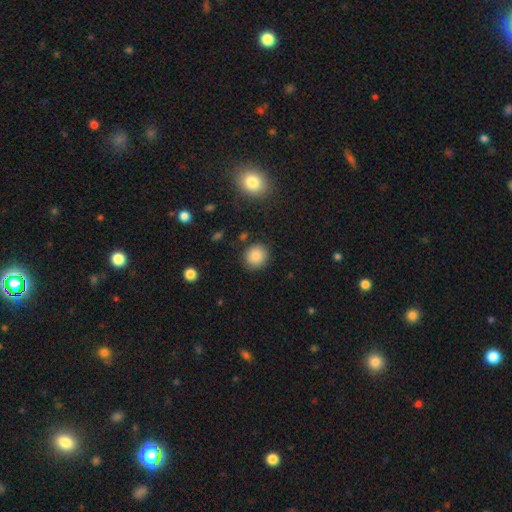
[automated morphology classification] smooth_or_featured: smooth (p=0.85) [alt: star or artifact p=0.09]
how_rounded: round (p=0.85) [alt: in between p=0.14]
merging: none (p=0.87) [alt: minor disturbance p=0.08]